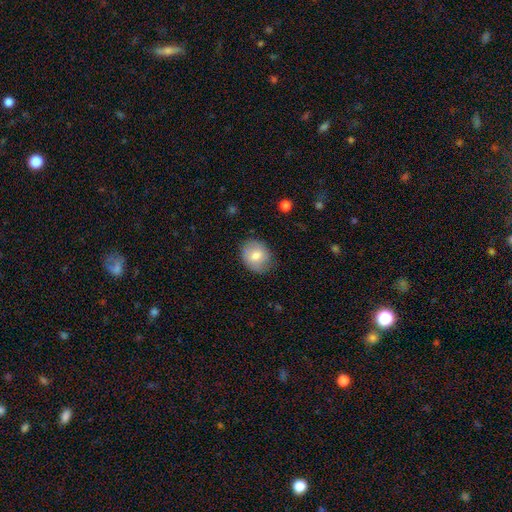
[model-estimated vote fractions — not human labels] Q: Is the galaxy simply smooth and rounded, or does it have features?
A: smooth — 75%.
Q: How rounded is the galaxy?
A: round — 54%.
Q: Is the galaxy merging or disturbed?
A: none — 78%.